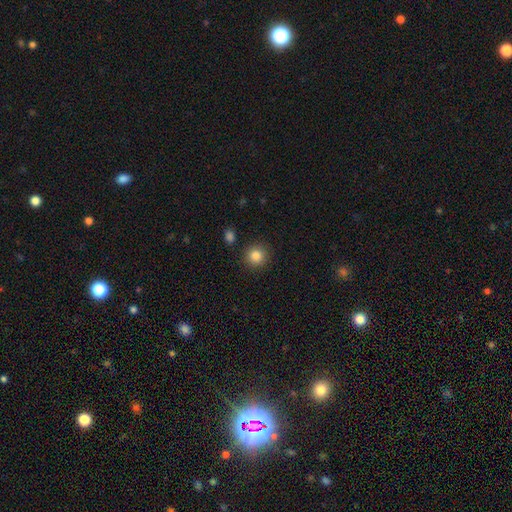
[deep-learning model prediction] Morphology: type=smooth (85%); roundness=round (92%); merging=none (89%).